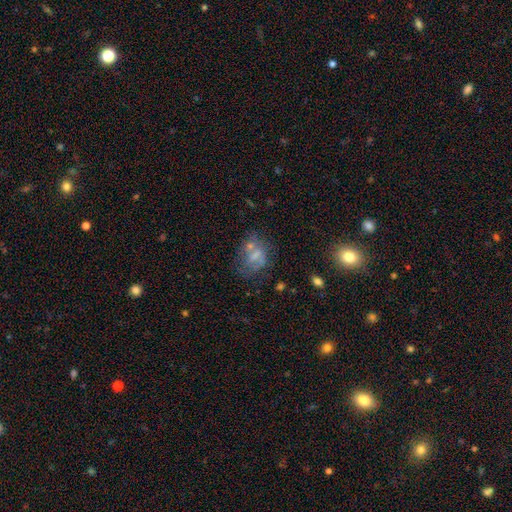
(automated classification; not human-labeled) A featured or disk galaxy (43%, tied with smooth).

Vote fractions:
- Smooth or featured? featured or disk: 43% (tied) / smooth: 43% (tied) / star or artifact: 14%
- Merging? none: 38% / major disturbance: 22% / minor disturbance: 21% / merger: 19%